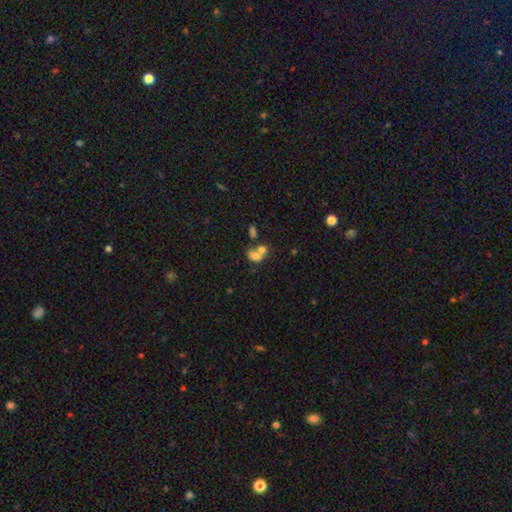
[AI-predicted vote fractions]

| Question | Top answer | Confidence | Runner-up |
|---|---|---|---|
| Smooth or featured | smooth | 70% | featured or disk (18%) |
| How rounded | in between | 65% | round (33%) |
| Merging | merger | 64% | none (22%) |